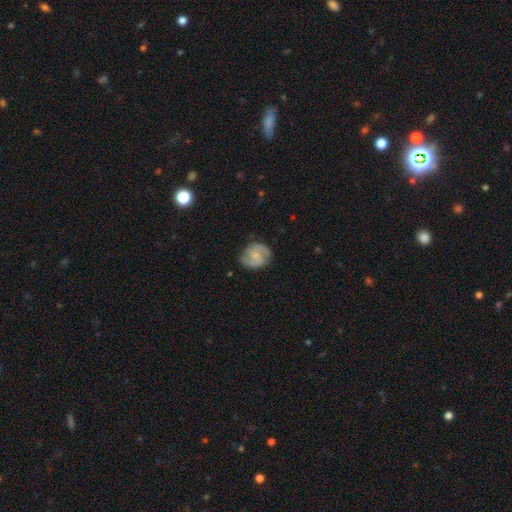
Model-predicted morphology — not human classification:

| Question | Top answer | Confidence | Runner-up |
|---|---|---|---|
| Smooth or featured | featured or disk | 76% | smooth (18%) |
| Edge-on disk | no | 98% | yes (2%) |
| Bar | no | 47% | weak (44%) |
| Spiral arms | yes | 95% | no (5%) |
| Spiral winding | medium | 52% | tight (33%) |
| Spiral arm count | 2 | 89% | can't tell (5%) |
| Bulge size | small | 49% | moderate (27%) |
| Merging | none | 81% | minor disturbance (14%) |